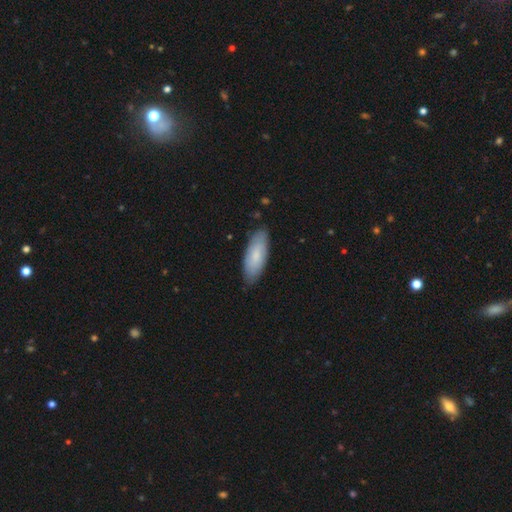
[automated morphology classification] Smooth or featured?
  - smooth: 76% *
  - featured or disk: 19%
  - star or artifact: 5%
How rounded?
  - in between: 75% *
  - cigar-shaped: 23%
  - round: 1%
Merging?
  - none: 83% *
  - minor disturbance: 13%
  - major disturbance: 2%
  - merger: 1%